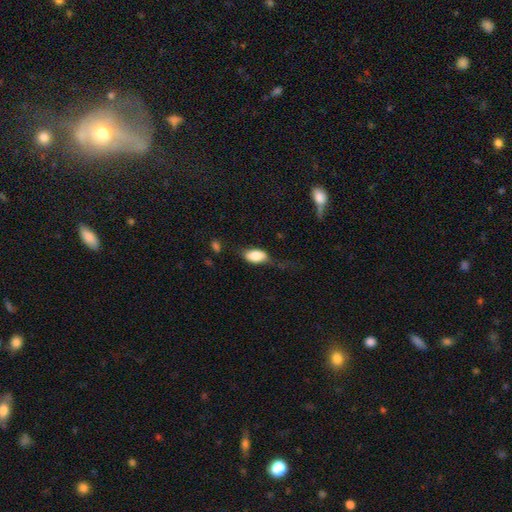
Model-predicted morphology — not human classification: Smooth or featured?
  - smooth: 78% *
  - featured or disk: 15%
  - star or artifact: 7%
How rounded?
  - in between: 91% *
  - cigar-shaped: 5%
  - round: 4%
Merging?
  - none: 46% *
  - minor disturbance: 28%
  - major disturbance: 23%
  - merger: 3%